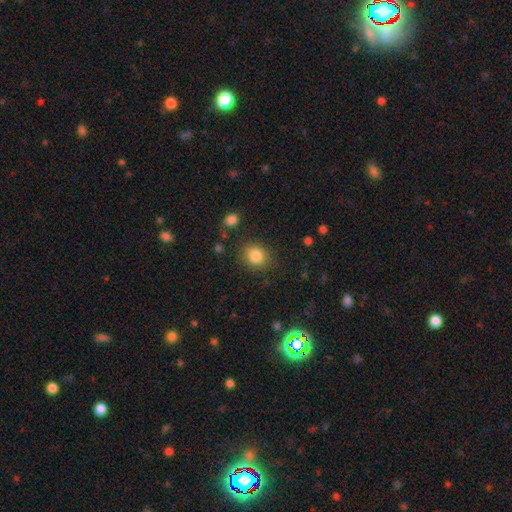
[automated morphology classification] Q: Smooth or featured?
A: smooth (85%); runner-up: star or artifact (10%)
Q: How rounded?
A: round (74%); runner-up: in between (25%)
Q: Merging?
A: none (83%); runner-up: minor disturbance (11%)